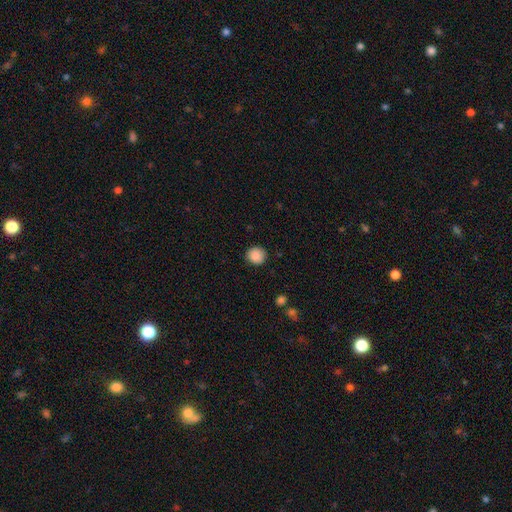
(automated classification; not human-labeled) A smooth galaxy with no disk features (88%) that is round (92%).

Vote fractions:
- Smooth or featured? smooth: 88% / star or artifact: 8% / featured or disk: 4%
- How rounded? round: 92% / in between: 7% / cigar-shaped: 1%
- Merging? none: 89% / minor disturbance: 8% / major disturbance: 2% / merger: 1%